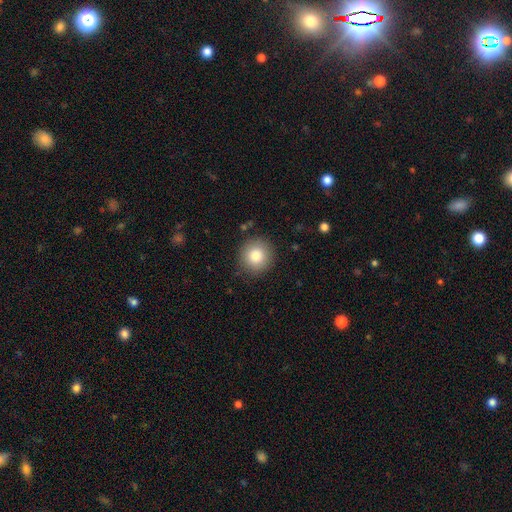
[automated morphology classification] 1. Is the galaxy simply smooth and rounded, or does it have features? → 82% smooth, 10% star or artifact, 9% featured or disk.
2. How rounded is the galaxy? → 94% round, 5% in between, 1% cigar-shaped.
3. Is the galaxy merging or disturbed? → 89% none, 7% minor disturbance, 2% major disturbance, 1% merger.